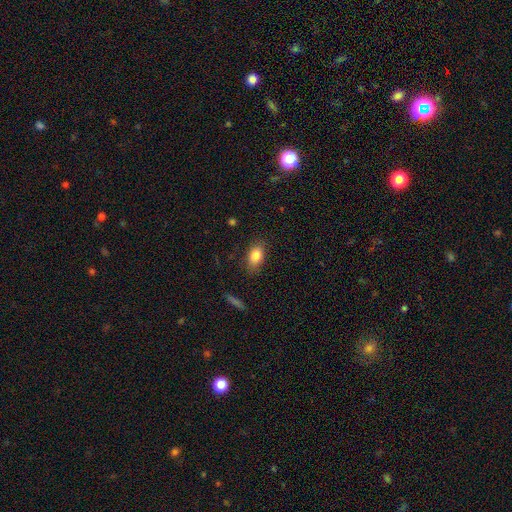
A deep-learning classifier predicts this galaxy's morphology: A smooth galaxy with no disk features (83%) that is in between round and cigar-shaped (86%). Merging: none (84%).